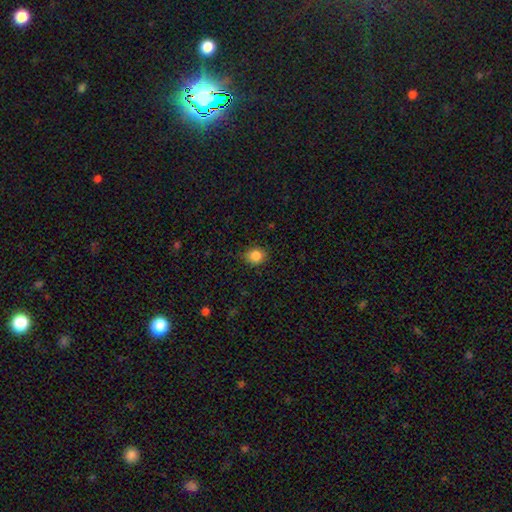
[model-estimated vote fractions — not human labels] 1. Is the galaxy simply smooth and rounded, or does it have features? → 85% smooth, 10% star or artifact, 4% featured or disk.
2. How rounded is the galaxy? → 70% round, 29% in between, 1% cigar-shaped.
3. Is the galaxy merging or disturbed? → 84% none, 13% minor disturbance, 3% major disturbance, 1% merger.